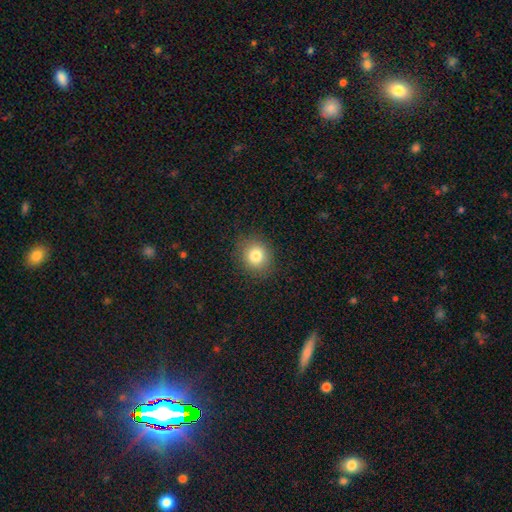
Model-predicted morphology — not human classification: smooth 81%, star or artifact 11%, featured or disk 8%. Down the decision tree: how rounded — round (80%); merging — none (88%).